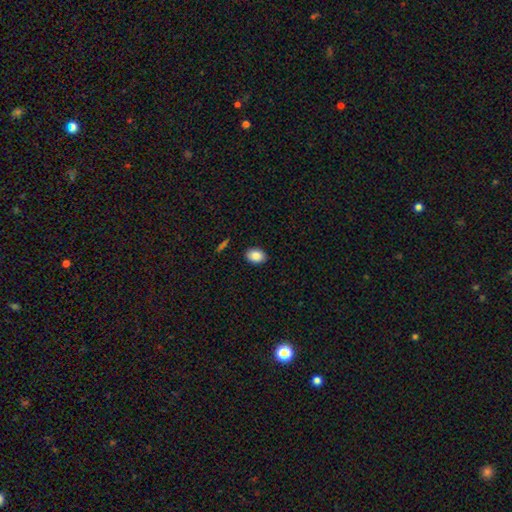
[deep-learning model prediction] A smooth galaxy with no disk features (86%) that is in between round and cigar-shaped (76%). Merging: none (89%).